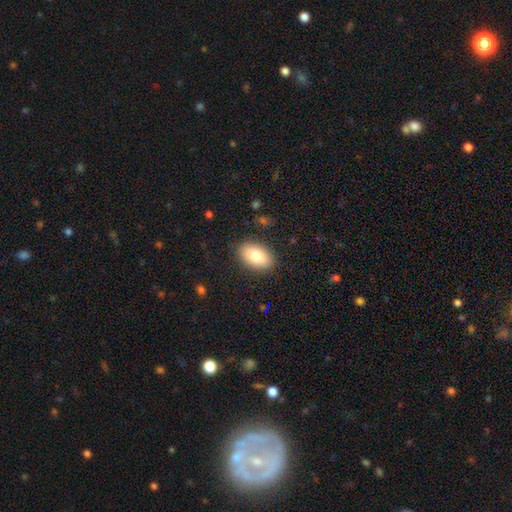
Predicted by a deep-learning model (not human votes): A smooth galaxy with no disk features (80%) that is in between round and cigar-shaped (91%).

Vote fractions:
- Smooth or featured? smooth: 80% / featured or disk: 13% / star or artifact: 7%
- How rounded? in between: 91% / round: 8% / cigar-shaped: 2%
- Merging? none: 87% / minor disturbance: 9% / major disturbance: 3% / merger: 1%